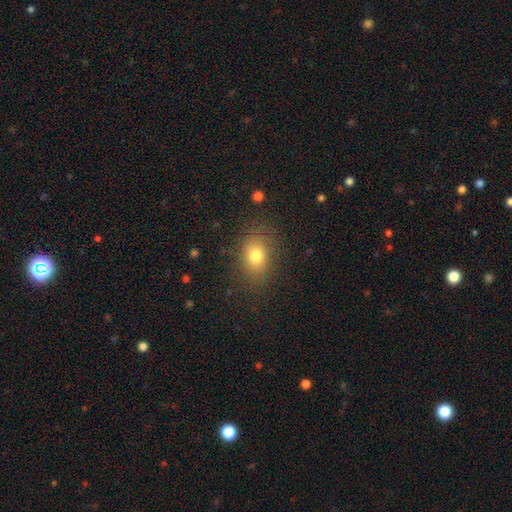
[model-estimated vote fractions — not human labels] smooth-or-featured: smooth: 78% | star or artifact: 12% | featured or disk: 10%
  how-rounded: in between: 66% | round: 32% | cigar-shaped: 2%
  merging: none: 79% | minor disturbance: 14% | major disturbance: 6% | merger: 1%